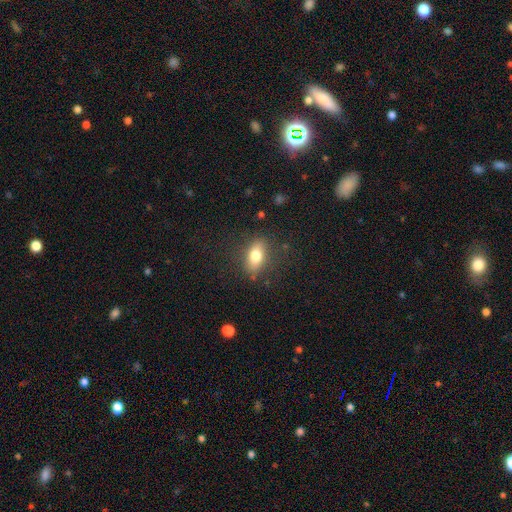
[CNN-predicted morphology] type=smooth (76%); roundness=in between (82%); merging=none (82%).